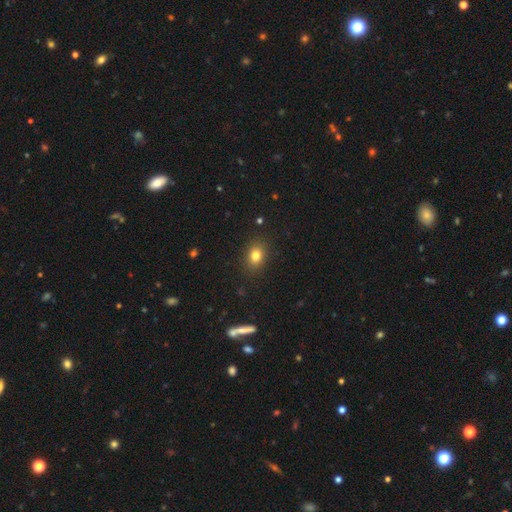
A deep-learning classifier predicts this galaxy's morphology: smooth-or-featured: smooth: 79% | star or artifact: 12% | featured or disk: 8%
  how-rounded: in between: 55% | round: 44% | cigar-shaped: 2%
  merging: none: 88% | minor disturbance: 8% | major disturbance: 3% | merger: 1%